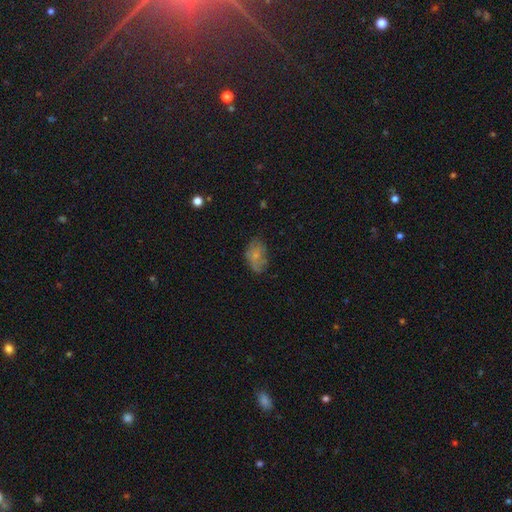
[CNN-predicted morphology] This appears to be a smooth galaxy with no disk features (62%) that is in between round and cigar-shaped (85%). Merging: none (57%).